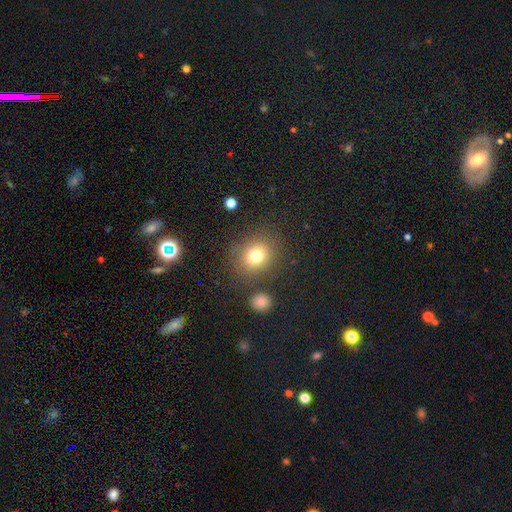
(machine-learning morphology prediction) smooth 77%, star or artifact 13%, featured or disk 10%. Down the decision tree: how rounded — round (67%); merging — none (81%).